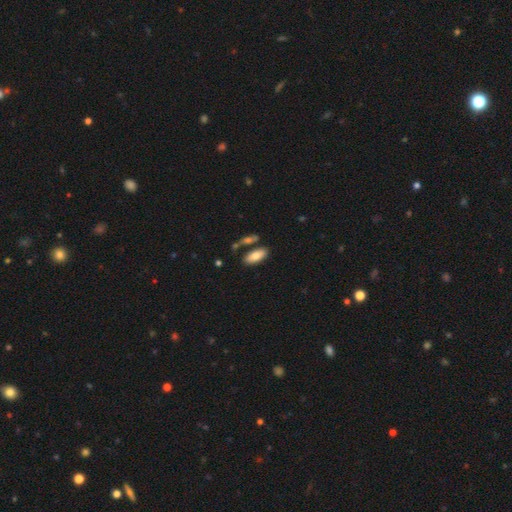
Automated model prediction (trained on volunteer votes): Smooth or featured? smooth (79%)
How rounded? in between (86%)
Merging? none (71%)